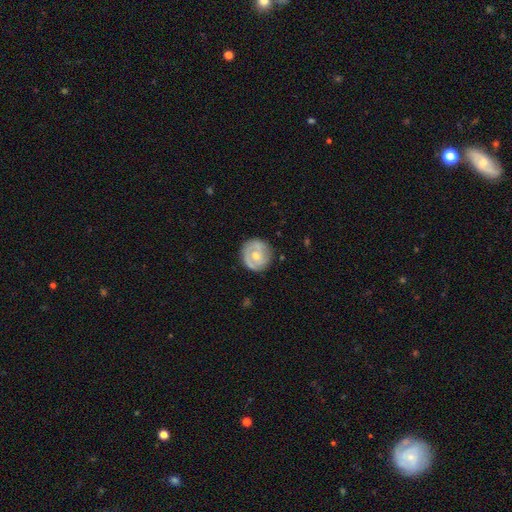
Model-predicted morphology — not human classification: smooth_or_featured: featured or disk (p=0.59) [alt: smooth p=0.35]
disk_edge_on: no (p=0.97) [alt: yes p=0.03]
bar: no (p=0.67) [alt: weak p=0.28]
has_spiral_arms: yes (p=0.70) [alt: no p=0.30]
bulge_size: moderate (p=0.54) [alt: small p=0.41]
merging: none (p=0.79) [alt: minor disturbance p=0.15]